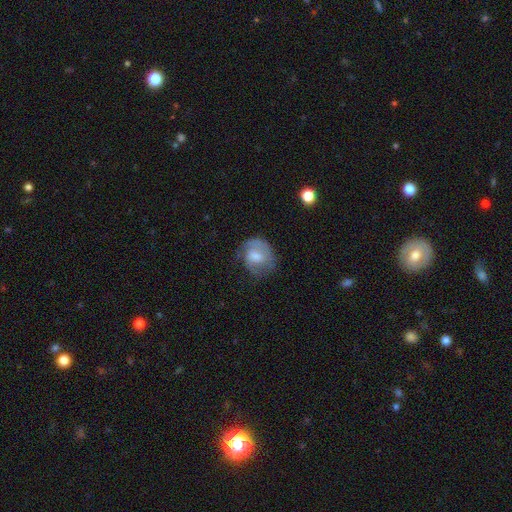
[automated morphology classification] The model was most divided on "smooth or featured": featured or disk: 50%, smooth: 42%, star or artifact: 8%. More confident: edge-on disk — no (97%); merging — none (58%).